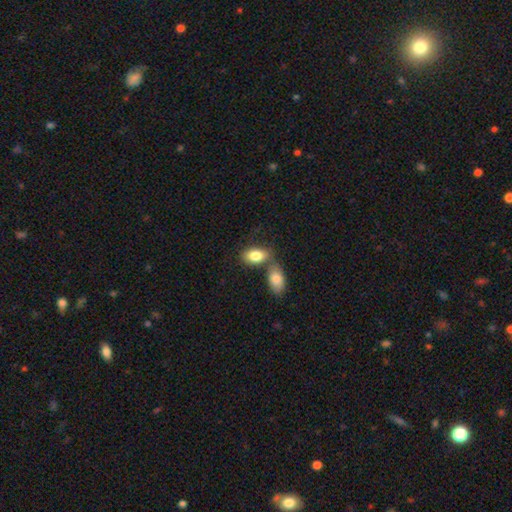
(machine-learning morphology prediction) Q: Smooth or featured?
A: smooth (82%); runner-up: featured or disk (11%)
Q: How rounded?
A: in between (91%); runner-up: round (6%)
Q: Merging?
A: none (46%); runner-up: merger (39%)